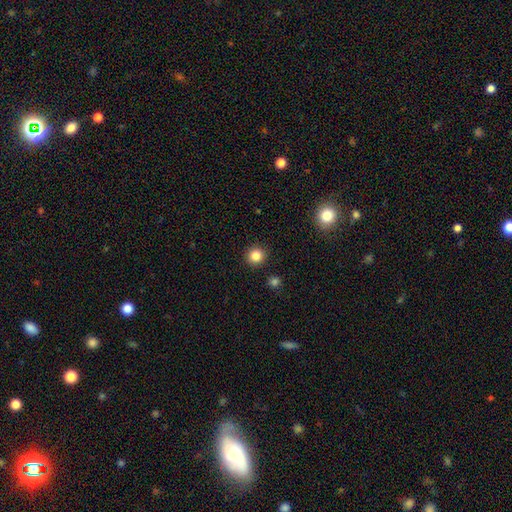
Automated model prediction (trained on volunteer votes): Overall: smooth (84%). How rounded: round (93%). Merging: none (92%).